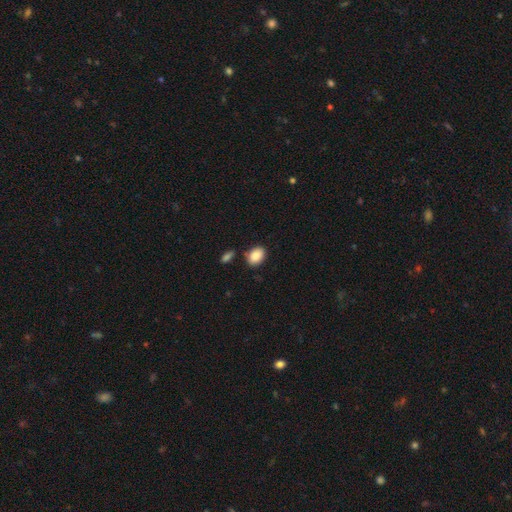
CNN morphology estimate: smooth-or-featured: smooth: 89% | star or artifact: 7% | featured or disk: 4%
  how-rounded: in between: 77% | round: 22% | cigar-shaped: 1%
  merging: none: 78% | minor disturbance: 13% | merger: 7% | major disturbance: 3%